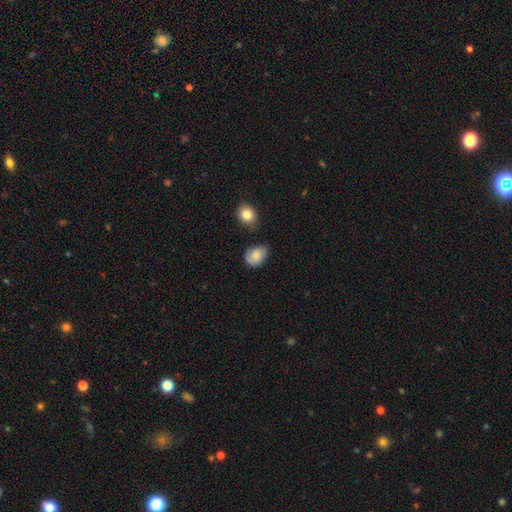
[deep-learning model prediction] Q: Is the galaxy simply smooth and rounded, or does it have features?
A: smooth — 74%.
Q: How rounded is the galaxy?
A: in between — 73%.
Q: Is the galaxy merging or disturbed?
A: none — 55%.